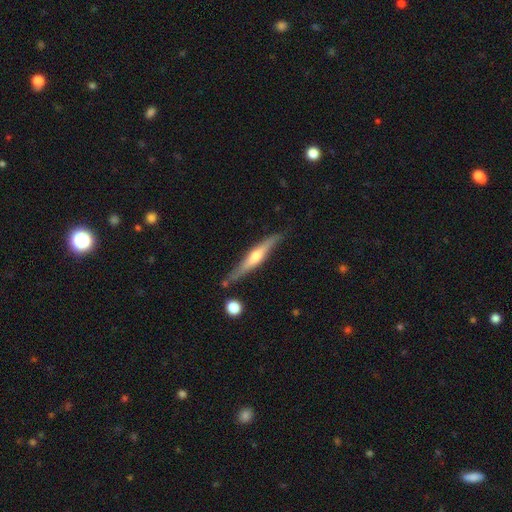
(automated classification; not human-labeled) smooth_or_featured: featured or disk (p=0.65) [alt: smooth p=0.30]
disk_edge_on: yes (p=0.96) [alt: no p=0.04]
edge_on_bulge: rounded (p=0.85) [alt: none p=0.09]
merging: none (p=0.79) [alt: minor disturbance p=0.14]